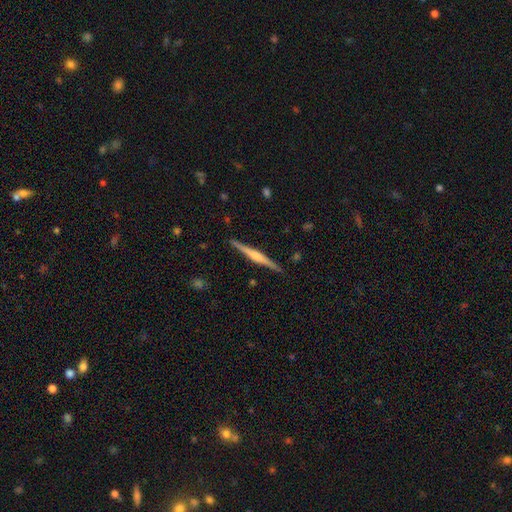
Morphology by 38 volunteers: A featured or disk galaxy (95%) viewed edge-on (100%) with a rounded central bulge (67%).

Vote fractions:
- Smooth or featured? featured or disk: 95% / smooth: 3% / star or artifact: 3%
- Edge-on disk? yes: 100% / no: 0%
- Edge-on bulge? rounded: 67% / boxy: 22% / none: 11%
- Merging? none: 97% / minor disturbance: 3% / major disturbance: 0% / merger: 0%